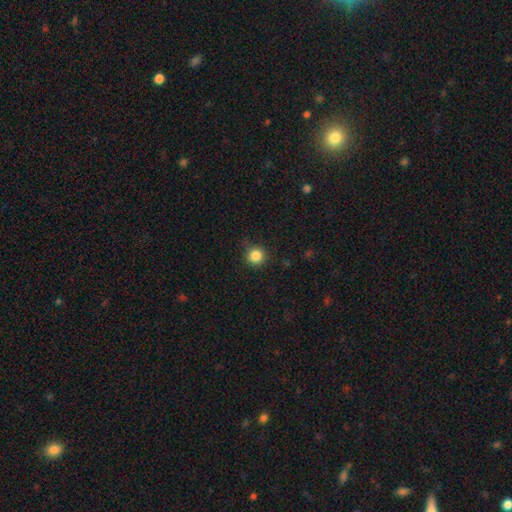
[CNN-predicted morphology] Smooth or featured?
  - smooth: 85% *
  - star or artifact: 11%
  - featured or disk: 4%
How rounded?
  - round: 94% *
  - in between: 5%
  - cigar-shaped: 1%
Merging?
  - none: 86% *
  - minor disturbance: 10%
  - major disturbance: 3%
  - merger: 1%